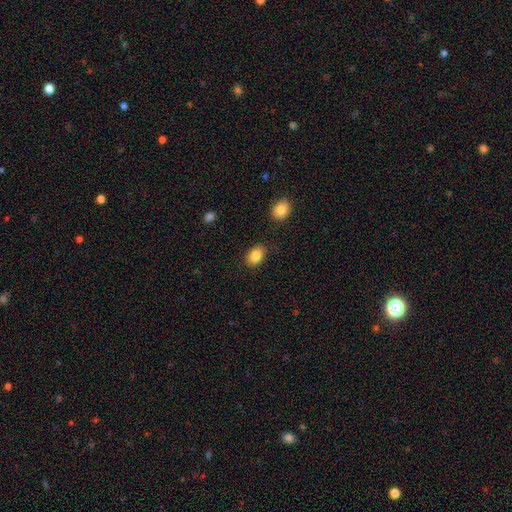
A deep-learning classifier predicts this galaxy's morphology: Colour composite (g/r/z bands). It shows a smooth galaxy with no disk features (85%) that is in between round and cigar-shaped (81%). Merging: none (84%).